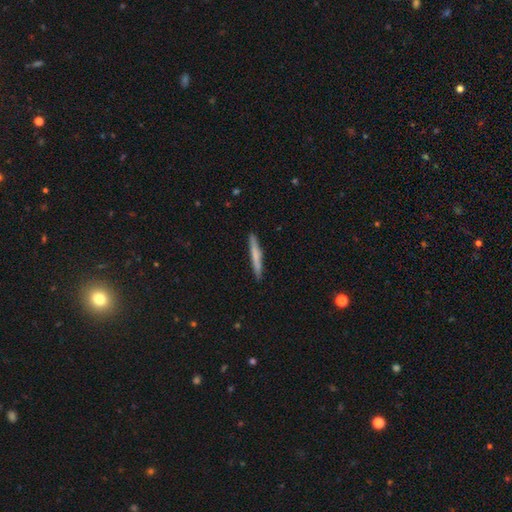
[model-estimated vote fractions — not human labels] smooth_or_featured: smooth (p=0.63) [alt: featured or disk p=0.32]
how_rounded: cigar-shaped (p=0.96) [alt: in between p=0.02]
merging: none (p=0.91) [alt: minor disturbance p=0.07]